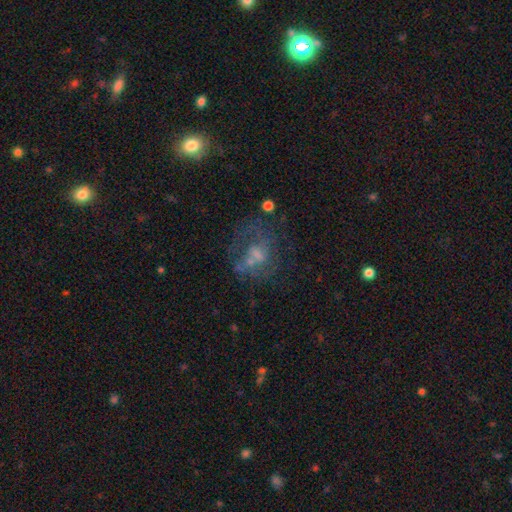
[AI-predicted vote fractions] Morphology: type=featured or disk (53%); edge-on=no (97%); bar=no (69%); spiral arms=no (64%); bulge=small (33%); merging=none (39%).